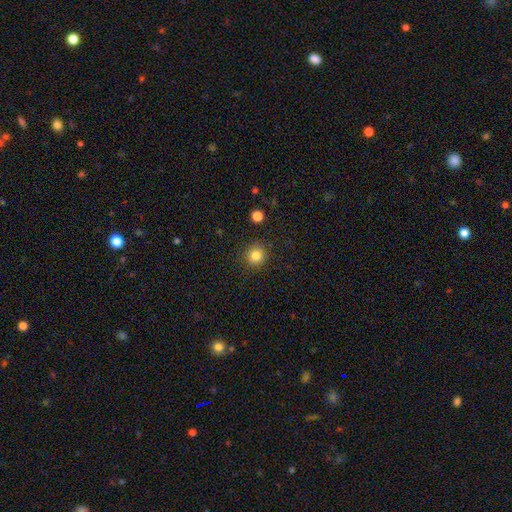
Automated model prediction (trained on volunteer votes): This appears to be a smooth galaxy with no disk features (83%) that is round (92%). Merging: none (89%).